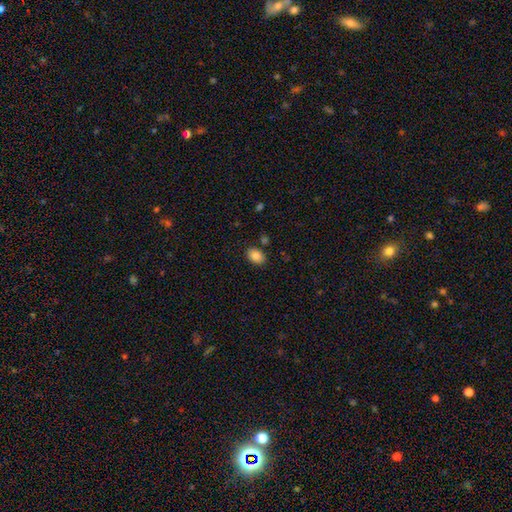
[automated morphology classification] smooth 85%, star or artifact 8%, featured or disk 6%. Down the decision tree: how rounded — in between (80%); merging — none (84%).